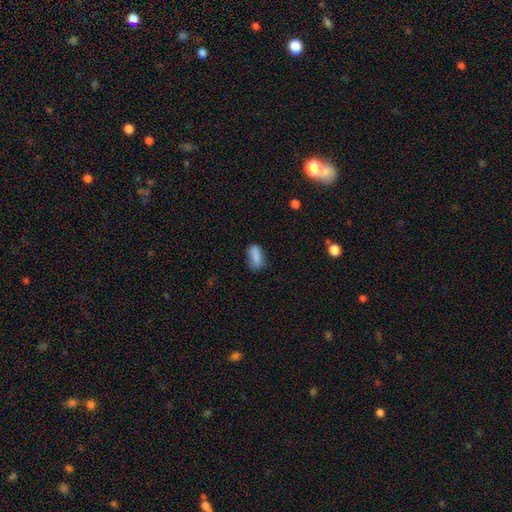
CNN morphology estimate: Smooth or featured? Predicted: smooth (p=0.85). How rounded? Predicted: in between (p=0.83). Merging? Predicted: none (p=0.65).